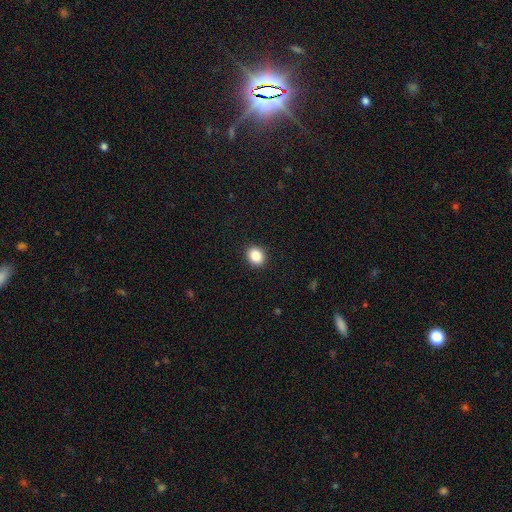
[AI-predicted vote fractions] The model was most divided on "how rounded": round: 67%, in between: 32%, cigar-shaped: 1%. More confident: merging — none (92%); smooth or featured — smooth (87%).